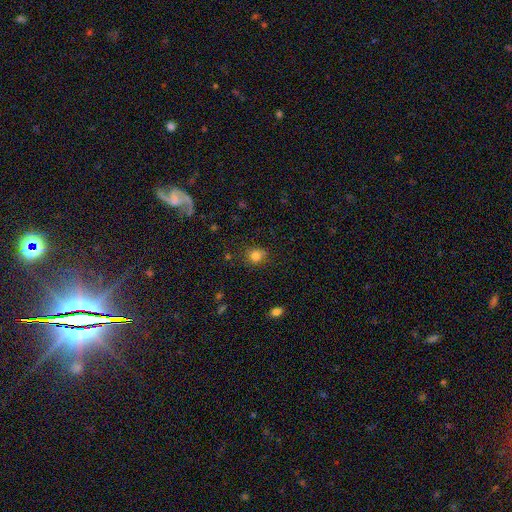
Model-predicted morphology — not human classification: This is clearly a smooth galaxy (81%). How rounded: likely round (79%). Merging: likely none (78%).